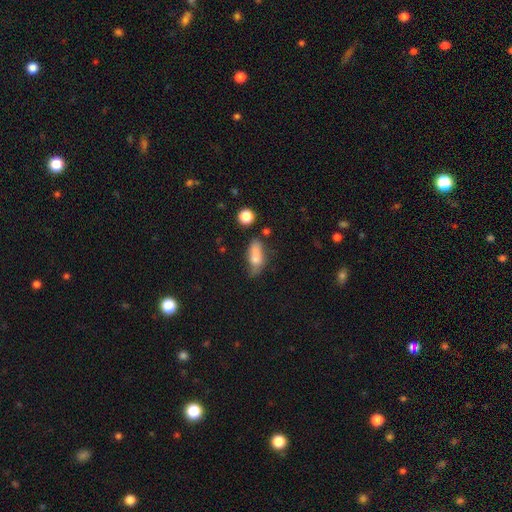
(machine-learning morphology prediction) Smooth or featured? Predicted: smooth (p=0.70). How rounded? Predicted: in between (p=0.76). Merging? Predicted: none (p=0.35).